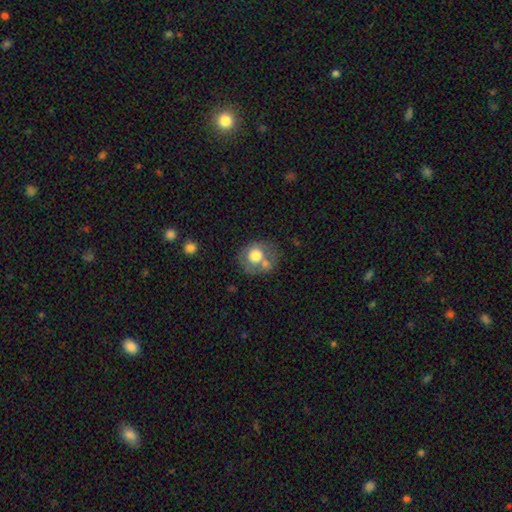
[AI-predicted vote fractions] Smooth or featured?
  - smooth: 65% *
  - featured or disk: 27%
  - star or artifact: 8%
How rounded?
  - round: 70% *
  - in between: 30%
  - cigar-shaped: 1%
Merging?
  - none: 44% *
  - merger: 30%
  - minor disturbance: 18%
  - major disturbance: 9%